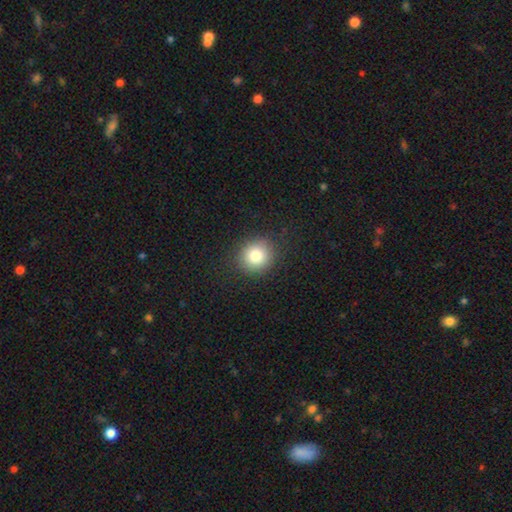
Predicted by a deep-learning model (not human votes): Overall: smooth (81%). How rounded: round (88%). Merging: none (89%).